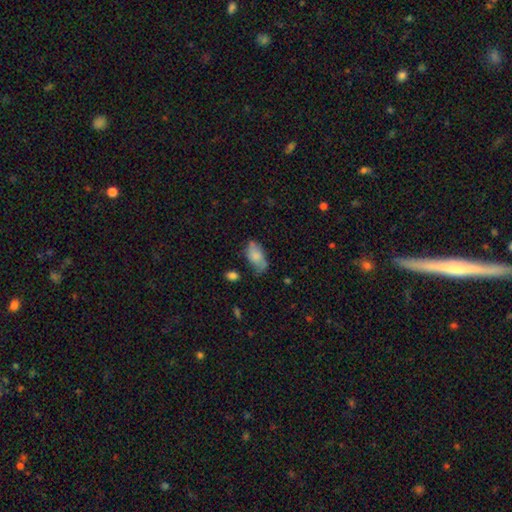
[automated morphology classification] Smooth or featured? smooth (72%)
How rounded? in between (92%)
Merging? none (51%)